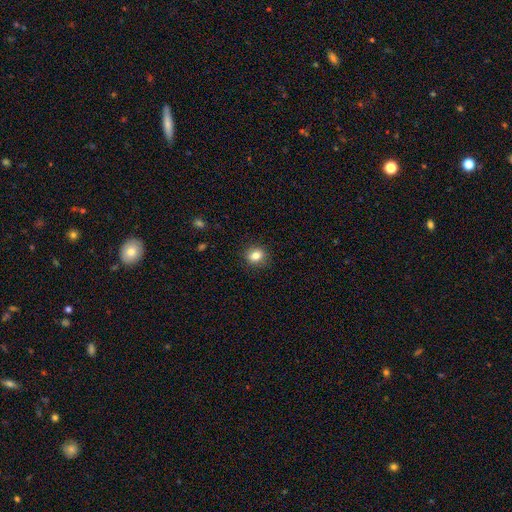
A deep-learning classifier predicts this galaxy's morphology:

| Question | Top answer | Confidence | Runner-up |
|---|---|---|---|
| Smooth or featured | smooth | 82% | star or artifact (10%) |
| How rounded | round | 71% | in between (28%) |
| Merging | none | 88% | minor disturbance (9%) |